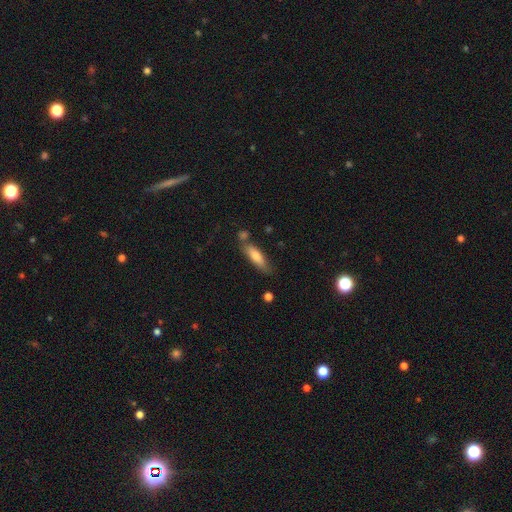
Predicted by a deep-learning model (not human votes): A smooth galaxy with no disk features (72%) that is cigar-shaped (61%).

Vote fractions:
- Smooth or featured? smooth: 72% / featured or disk: 22% / star or artifact: 7%
- How rounded? cigar-shaped: 61% / in between: 37% / round: 2%
- Merging? none: 68% / minor disturbance: 18% / merger: 10% / major disturbance: 4%